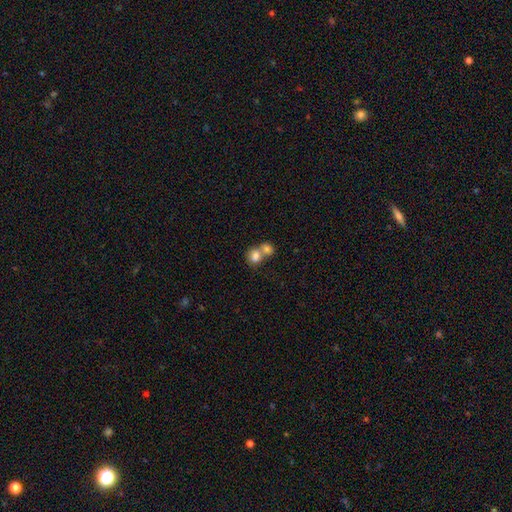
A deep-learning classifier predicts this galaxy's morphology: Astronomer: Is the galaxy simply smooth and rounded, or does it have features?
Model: smooth — 79%.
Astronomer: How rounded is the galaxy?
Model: round — 59% (runner-up: in between, 40%).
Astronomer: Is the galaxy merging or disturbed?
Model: merger — 66%.